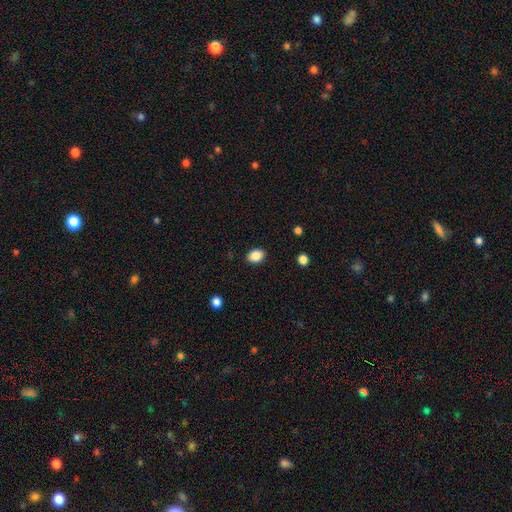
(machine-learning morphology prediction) Smooth or featured: smooth — 87% (star or artifact — 9%)
How rounded: in between — 74% (round — 25%)
Merging: none — 89% (minor disturbance — 8%)